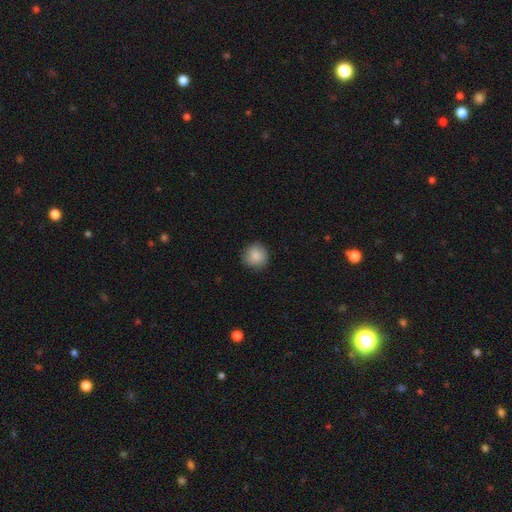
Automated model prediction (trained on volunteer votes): smooth 87%, star or artifact 8%, featured or disk 5%. Down the decision tree: how rounded — round (93%); merging — none (88%).